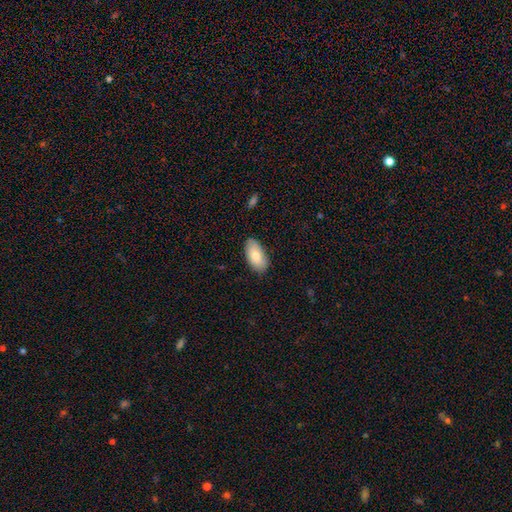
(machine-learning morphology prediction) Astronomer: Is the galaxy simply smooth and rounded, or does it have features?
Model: smooth — 83%.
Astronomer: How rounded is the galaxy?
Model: in between — 94%.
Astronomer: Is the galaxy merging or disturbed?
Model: none — 82%.